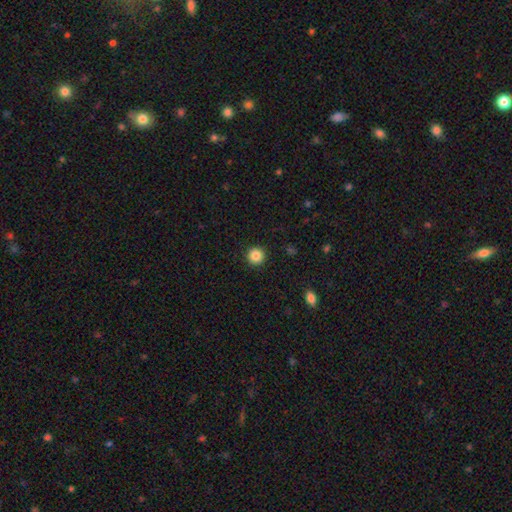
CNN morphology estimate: Smooth or featured?
  - smooth: 85% *
  - star or artifact: 10%
  - featured or disk: 5%
How rounded?
  - round: 95% *
  - in between: 4%
  - cigar-shaped: 1%
Merging?
  - none: 93% *
  - minor disturbance: 5%
  - major disturbance: 2%
  - merger: 1%